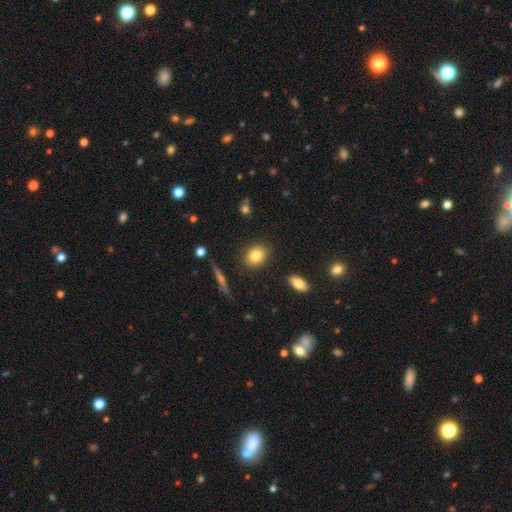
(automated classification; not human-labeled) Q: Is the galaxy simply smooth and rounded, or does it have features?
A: smooth — 82%.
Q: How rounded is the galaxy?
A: round — 55%.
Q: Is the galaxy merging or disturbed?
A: none — 87%.